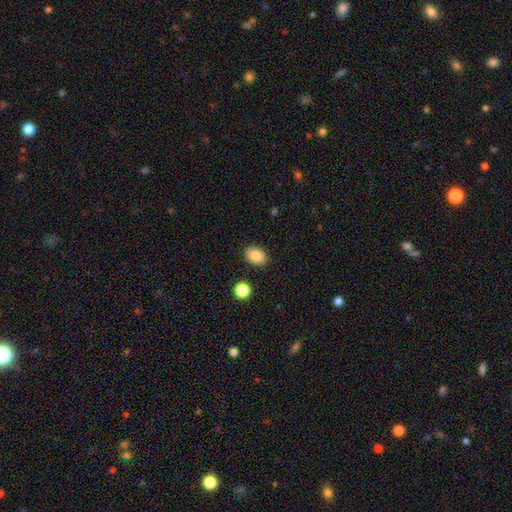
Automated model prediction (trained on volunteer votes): A smooth galaxy with no disk features (86%) that is in between round and cigar-shaped (83%).

Vote fractions:
- Smooth or featured? smooth: 86% / star or artifact: 8% / featured or disk: 6%
- How rounded? in between: 83% / round: 16% / cigar-shaped: 1%
- Merging? none: 87% / minor disturbance: 9% / major disturbance: 2% / merger: 2%